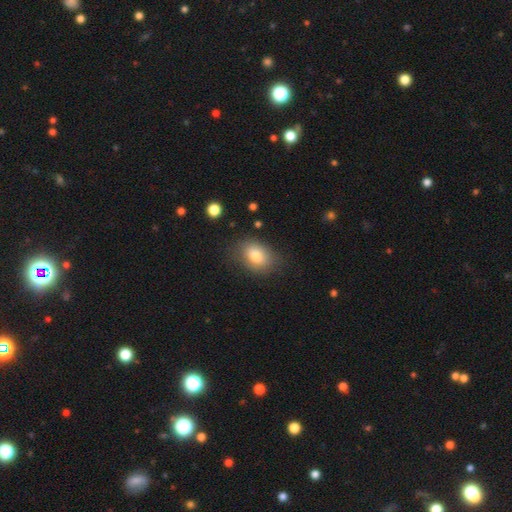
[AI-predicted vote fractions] Smooth or featured: smooth — 80% (featured or disk — 11%)
How rounded: in between — 77% (round — 22%)
Merging: none — 76% (minor disturbance — 17%)